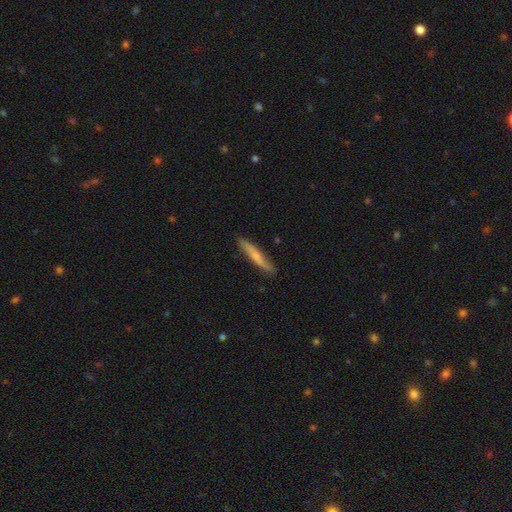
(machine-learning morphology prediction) A smooth galaxy with no disk features (60%) that is cigar-shaped (94%).

Vote fractions:
- Smooth or featured? smooth: 60% / featured or disk: 35% / star or artifact: 6%
- How rounded? cigar-shaped: 94% / in between: 5% / round: 1%
- Merging? none: 83% / minor disturbance: 14% / major disturbance: 2% / merger: 1%